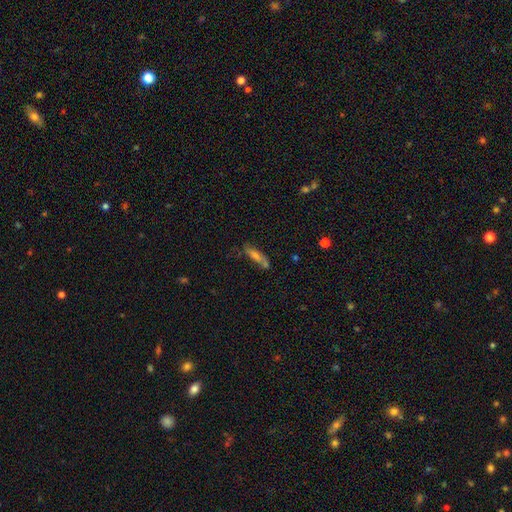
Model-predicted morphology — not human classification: This appears to be a smooth galaxy with no disk features (52%) that is cigar-shaped (68%). Merging: none (59%).